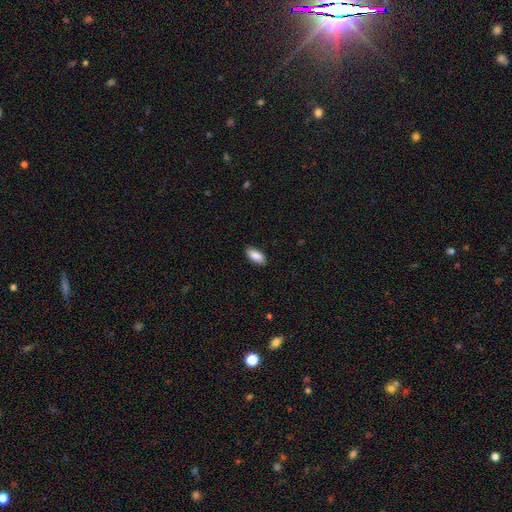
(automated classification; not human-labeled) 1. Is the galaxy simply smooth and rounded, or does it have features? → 90% smooth, 6% star or artifact, 4% featured or disk.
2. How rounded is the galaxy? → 90% in between, 8% cigar-shaped, 2% round.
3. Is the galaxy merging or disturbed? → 89% none, 8% minor disturbance, 2% major disturbance, 1% merger.